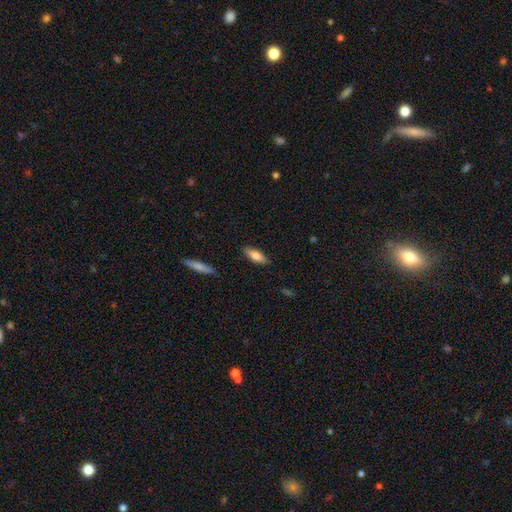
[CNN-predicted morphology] smooth-or-featured: smooth: 73% | featured or disk: 20% | star or artifact: 6%
  how-rounded: in between: 60% | cigar-shaped: 38% | round: 2%
  merging: none: 86% | minor disturbance: 11% | major disturbance: 2% | merger: 1%